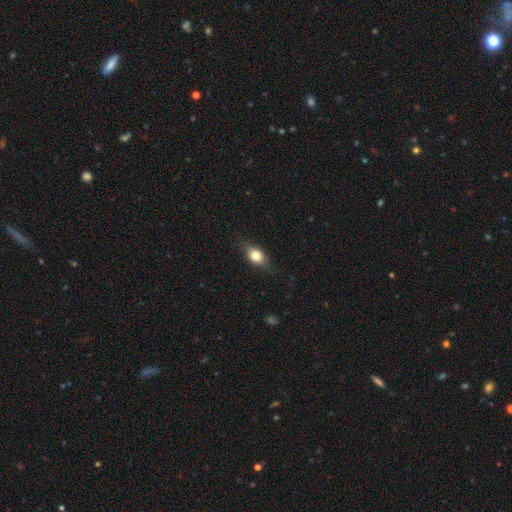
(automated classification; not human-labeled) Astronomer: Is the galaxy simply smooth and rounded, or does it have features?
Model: smooth — 77%.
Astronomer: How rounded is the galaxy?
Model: in between — 75%.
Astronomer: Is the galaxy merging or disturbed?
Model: none — 80%.